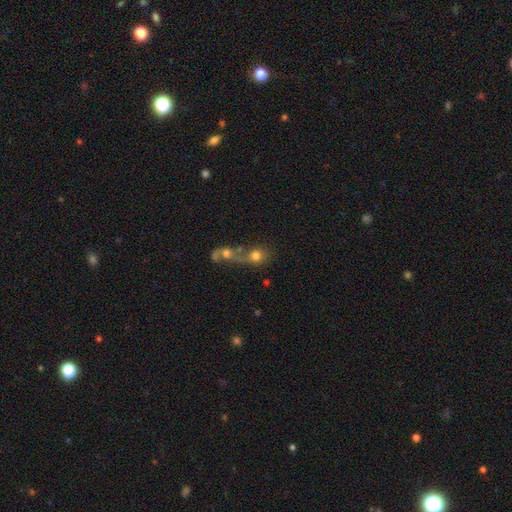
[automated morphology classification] Smooth or featured? Predicted: smooth (p=0.66). How rounded? Predicted: round (p=0.71). Merging? Predicted: merger (p=0.68).